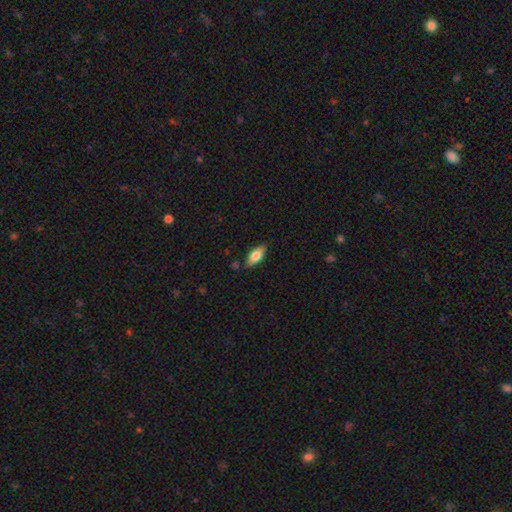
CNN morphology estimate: Smooth or featured: smooth — 74% (featured or disk — 20%)
How rounded: in between — 82% (cigar-shaped — 15%)
Merging: none — 80% (minor disturbance — 15%)